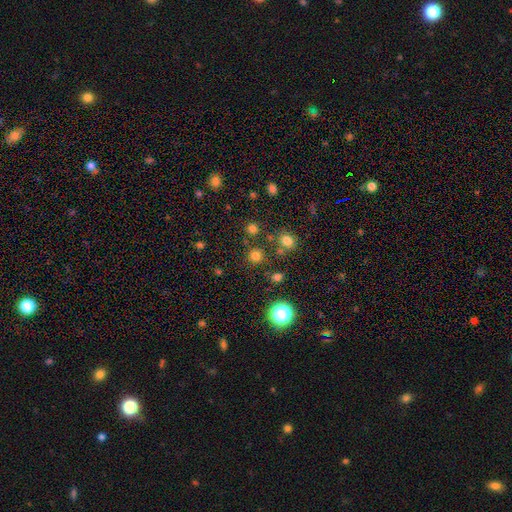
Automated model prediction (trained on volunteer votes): Overall: smooth (74%). How rounded: round (92%). Merging: none (81%).